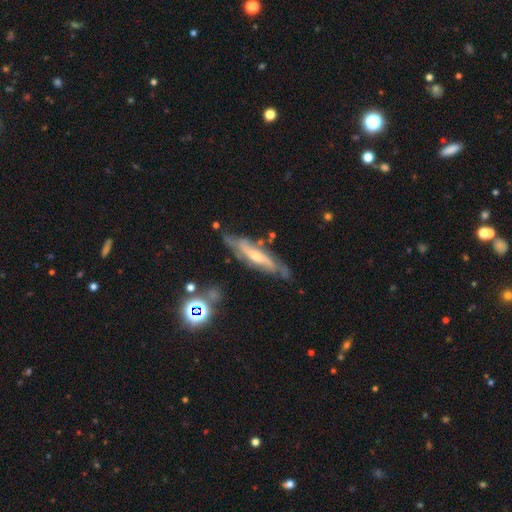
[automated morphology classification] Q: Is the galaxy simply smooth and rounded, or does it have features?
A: featured or disk — 74%.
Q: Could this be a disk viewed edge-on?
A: no — 57%.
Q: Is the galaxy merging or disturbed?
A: none — 68%.